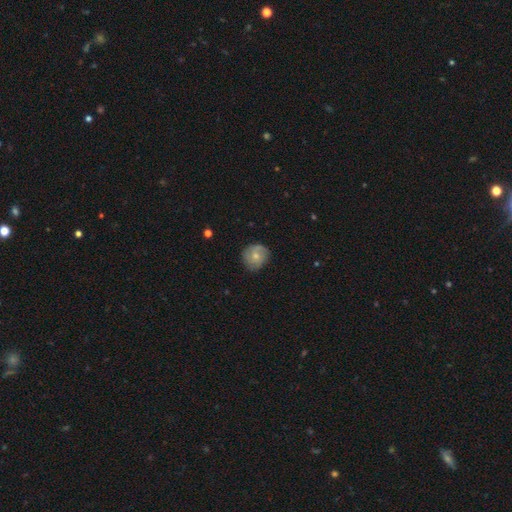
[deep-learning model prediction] A smooth galaxy with no disk features (57%) that is round (87%).

Vote fractions:
- Smooth or featured? smooth: 57% / featured or disk: 36% / star or artifact: 7%
- How rounded? round: 87% / in between: 12% / cigar-shaped: 1%
- Merging? none: 78% / minor disturbance: 17% / major disturbance: 4% / merger: 1%